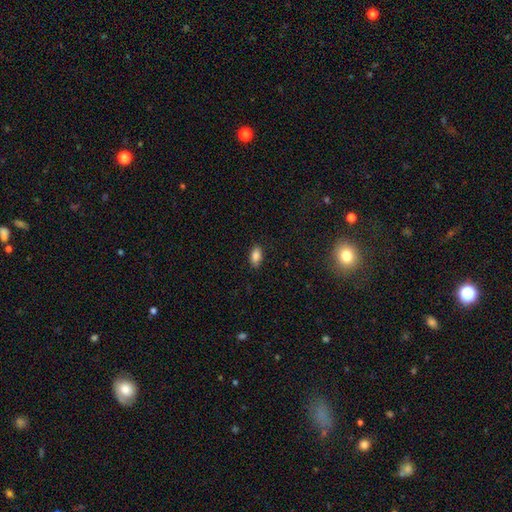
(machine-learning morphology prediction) Smooth or featured? Predicted: smooth (p=0.86). How rounded? Predicted: in between (p=0.90). Merging? Predicted: none (p=0.86).